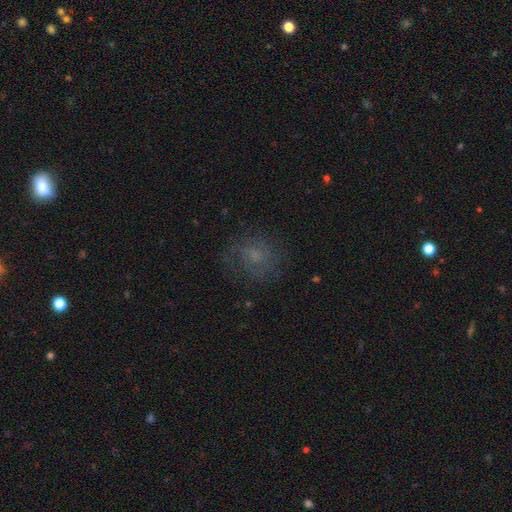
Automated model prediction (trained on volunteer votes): This is marginally a smooth galaxy (40%, tied with featured or disk). Merging: likely none (71%).